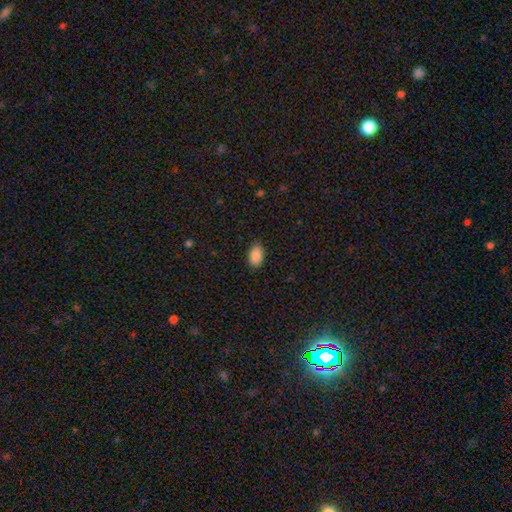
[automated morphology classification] Smooth or featured? smooth (89%)
How rounded? in between (92%)
Merging? none (84%)